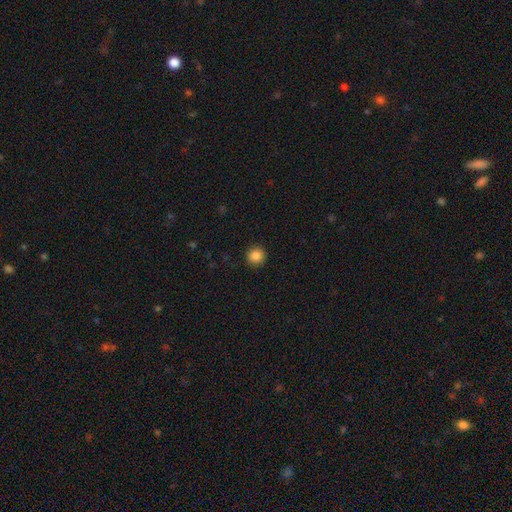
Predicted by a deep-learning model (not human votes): Smooth or featured? Predicted: smooth (p=0.87). How rounded? Predicted: round (p=0.93). Merging? Predicted: none (p=0.91).